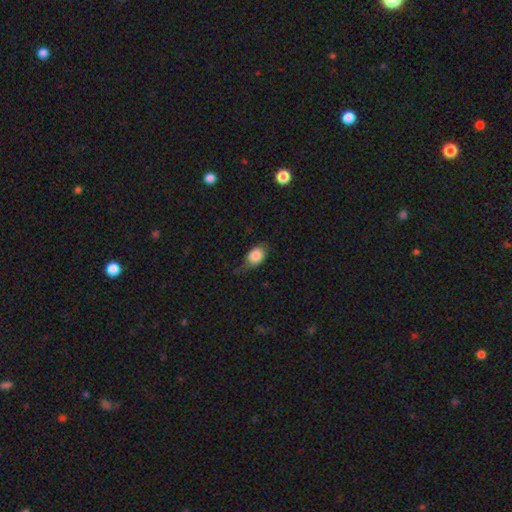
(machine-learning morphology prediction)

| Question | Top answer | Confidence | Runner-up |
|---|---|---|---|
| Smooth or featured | smooth | 81% | featured or disk (11%) |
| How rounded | in between | 77% | round (21%) |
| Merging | none | 56% | minor disturbance (32%) |